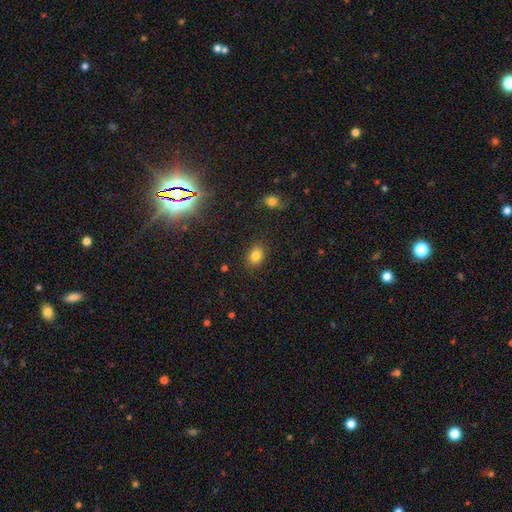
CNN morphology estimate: smooth-or-featured: smooth: 82% | star or artifact: 12% | featured or disk: 7%
  how-rounded: in between: 61% | round: 38% | cigar-shaped: 1%
  merging: none: 85% | minor disturbance: 10% | major disturbance: 3% | merger: 2%